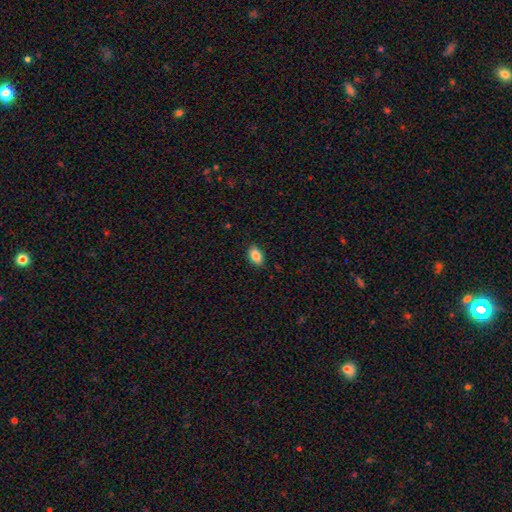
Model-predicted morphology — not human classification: Smooth or featured? smooth (86%)
How rounded? in between (91%)
Merging? none (88%)